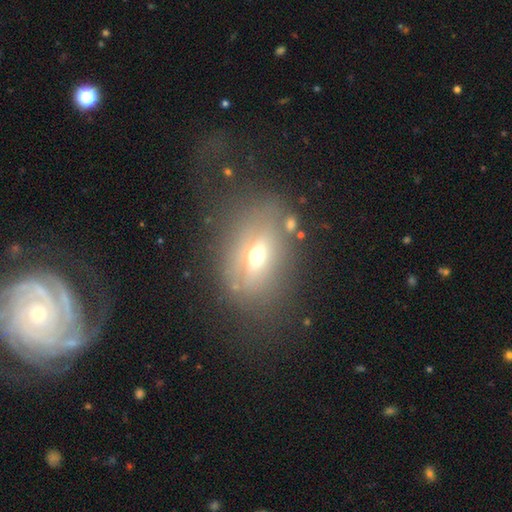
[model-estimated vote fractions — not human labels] smooth 51%, featured or disk 35%, star or artifact 15%. Down the decision tree: how rounded — in between (73%); merging — none (65%).